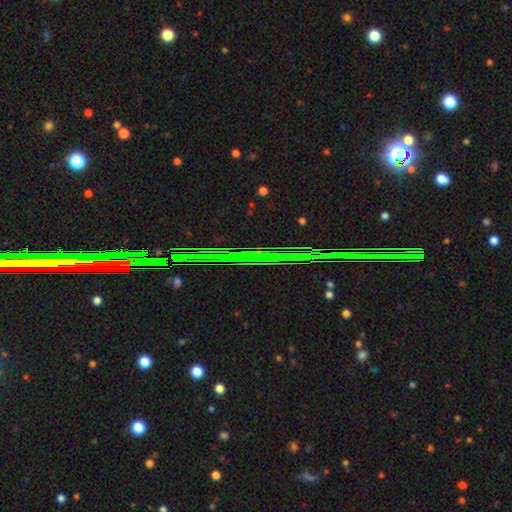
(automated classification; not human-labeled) Q: Smooth or featured?
A: star or artifact (82%); runner-up: featured or disk (11%)